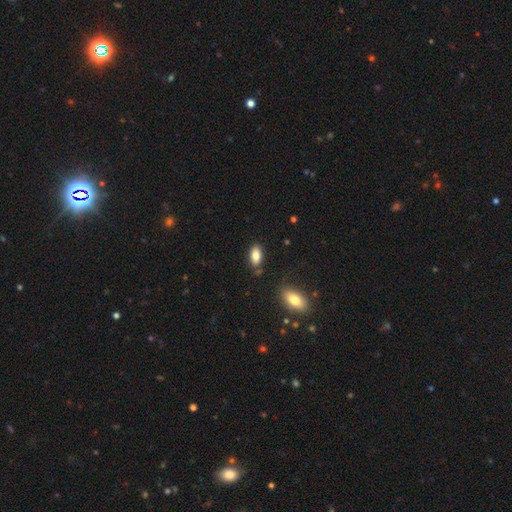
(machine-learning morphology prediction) Smooth or featured? Predicted: smooth (p=0.84). How rounded? Predicted: in between (p=0.92). Merging? Predicted: none (p=0.80).